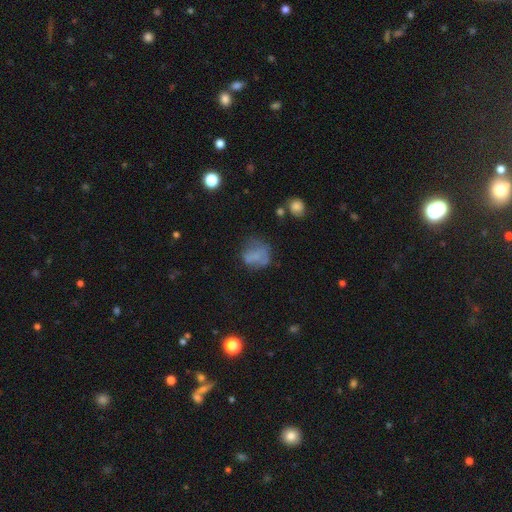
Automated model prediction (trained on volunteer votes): Overall: smooth (58%; featured or disk 28%). How rounded: round (70%). Merging: none (46%; minor disturbance 26%).